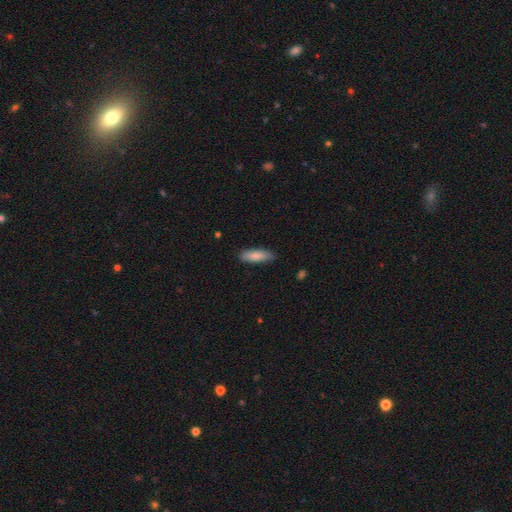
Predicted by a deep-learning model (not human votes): This appears to be a smooth galaxy with no disk features (86%) that is in between round and cigar-shaped (51%). Merging: none (86%).